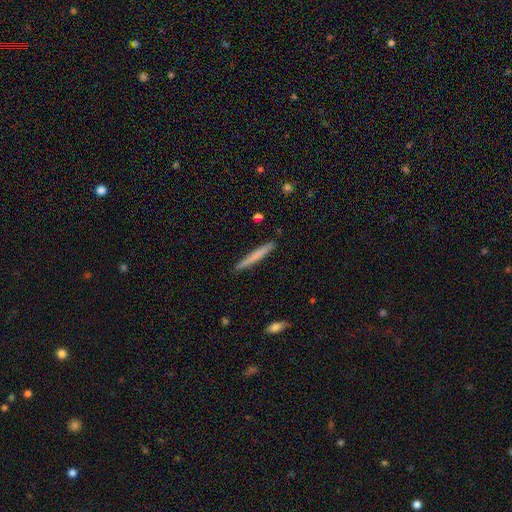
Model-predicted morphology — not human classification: Smooth or featured: smooth — 65% (featured or disk — 29%)
How rounded: cigar-shaped — 97% (in between — 2%)
Merging: none — 91% (minor disturbance — 7%)